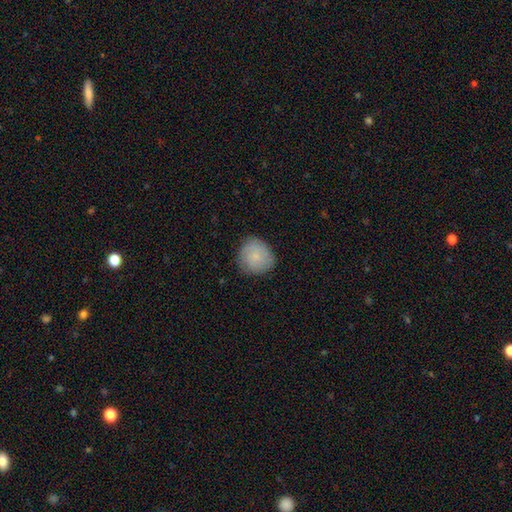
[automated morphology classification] The model was most divided on "smooth or featured": smooth: 70%, featured or disk: 22%, star or artifact: 7%. More confident: how rounded — round (88%); merging — none (81%).